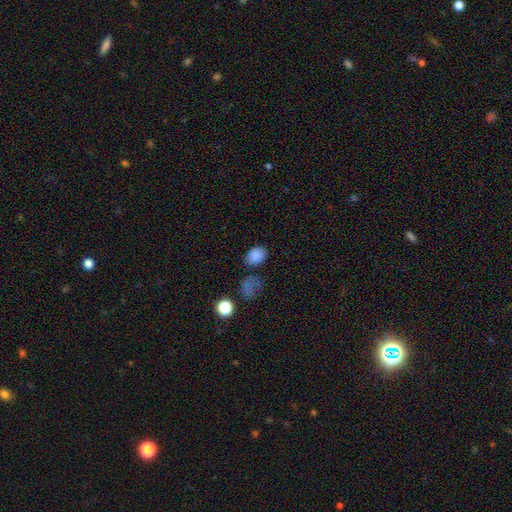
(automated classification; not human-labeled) Overall: smooth (81%). How rounded: in between (69%). Merging: none (68%).